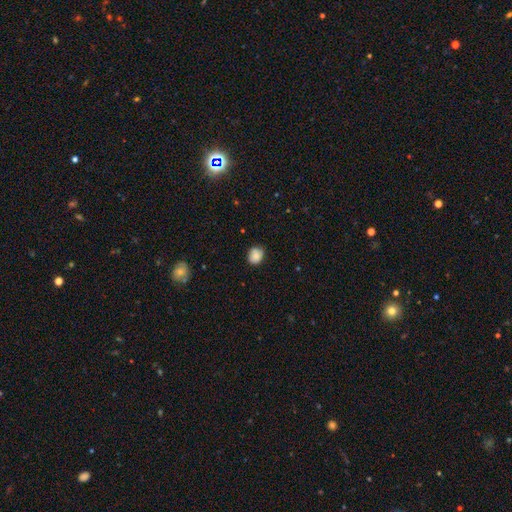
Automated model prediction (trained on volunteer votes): The model was most divided on "how rounded": round: 61%, in between: 38%, cigar-shaped: 1%. More confident: smooth or featured — smooth (80%); merging — none (74%).